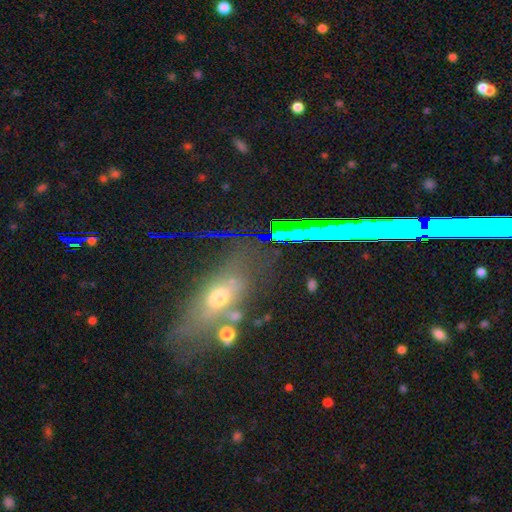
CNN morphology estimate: Overall: smooth (38%; featured or disk 36%). Merging: none (71%).